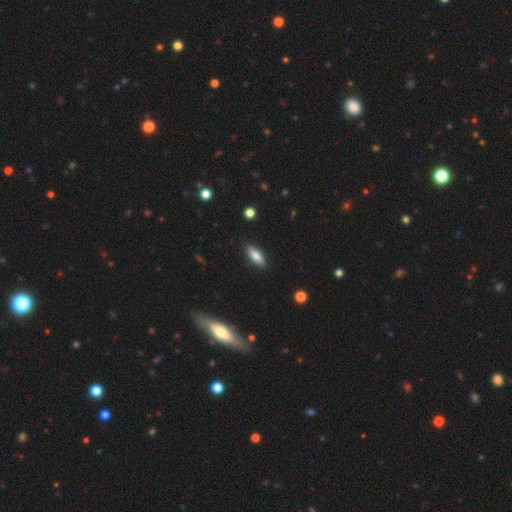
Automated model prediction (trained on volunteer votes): A smooth galaxy with no disk features (80%) that is in between round and cigar-shaped (66%). Merging: none (88%).